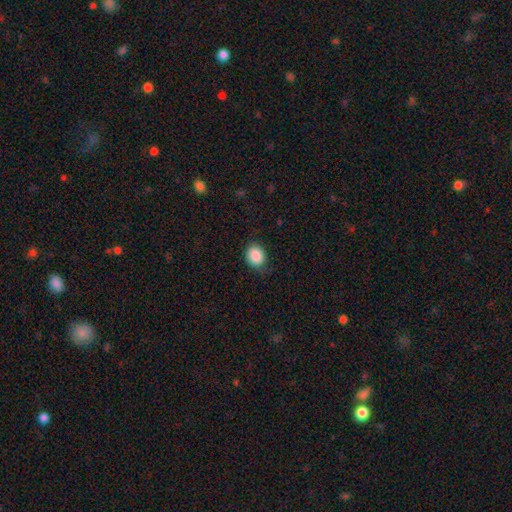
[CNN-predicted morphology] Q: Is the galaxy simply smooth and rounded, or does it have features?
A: smooth — 87%.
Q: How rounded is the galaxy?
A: round — 59%.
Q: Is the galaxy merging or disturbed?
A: none — 71%.